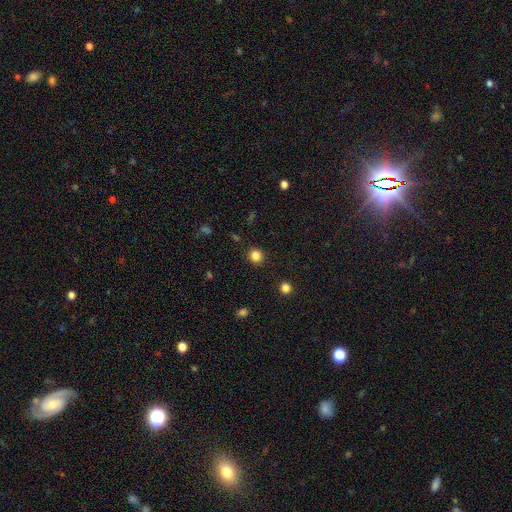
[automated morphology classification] A smooth galaxy with no disk features (83%) that is round (89%). Merging: none (91%).